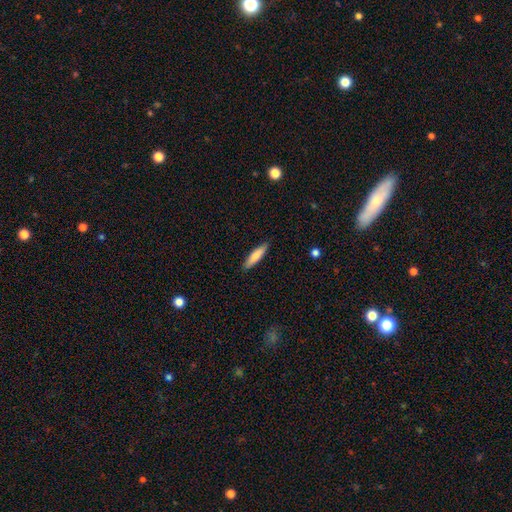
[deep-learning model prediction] This appears to be a smooth galaxy with no disk features (78%) that is cigar-shaped (78%). Merging: none (88%).